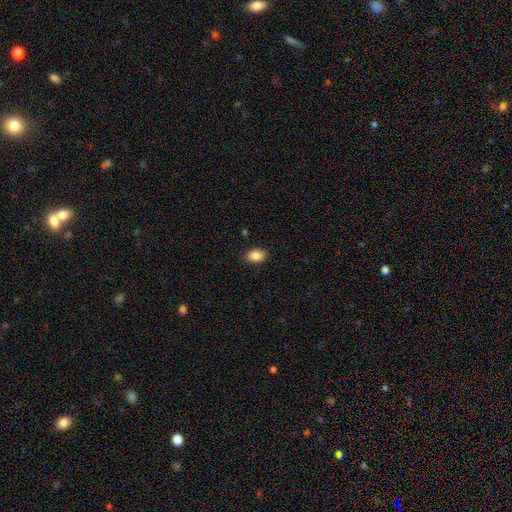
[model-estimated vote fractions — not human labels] This appears to be a smooth galaxy with no disk features (87%) that is in between round and cigar-shaped (82%). Merging: none (88%).